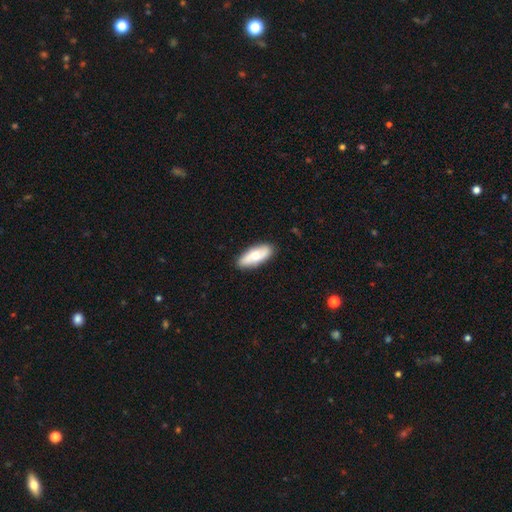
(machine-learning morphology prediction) smooth-or-featured: smooth: 66% | featured or disk: 28% | star or artifact: 6%
  how-rounded: in between: 76% | cigar-shaped: 22% | round: 2%
  merging: none: 86% | minor disturbance: 11% | major disturbance: 2% | merger: 1%